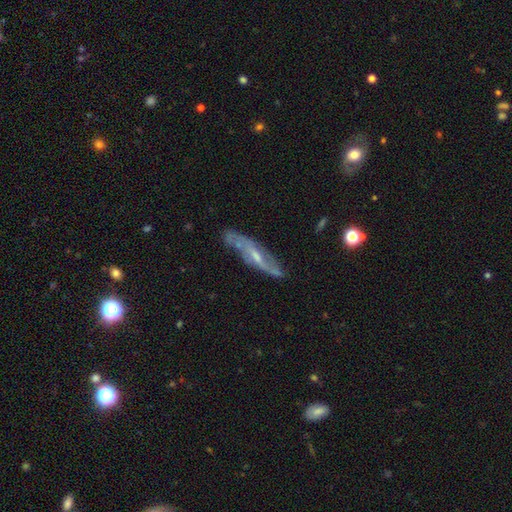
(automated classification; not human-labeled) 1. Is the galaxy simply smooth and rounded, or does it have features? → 74% featured or disk, 19% smooth, 7% star or artifact.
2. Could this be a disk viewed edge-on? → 61% no, 39% yes.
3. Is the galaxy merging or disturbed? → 69% none, 21% minor disturbance, 7% major disturbance, 3% merger.